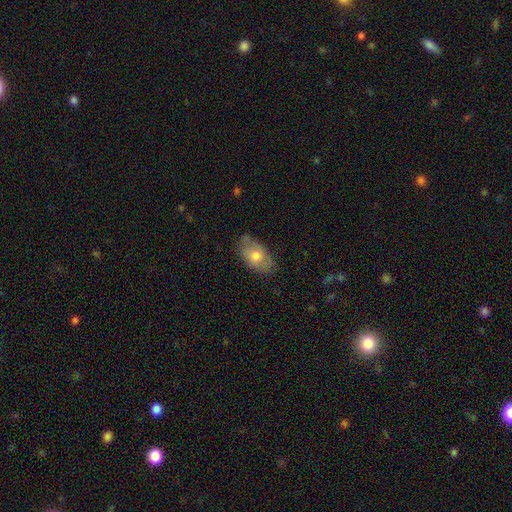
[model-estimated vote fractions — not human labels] This appears to be a smooth galaxy with no disk features (66%) that is in between round and cigar-shaped (91%). Merging: none (72%).